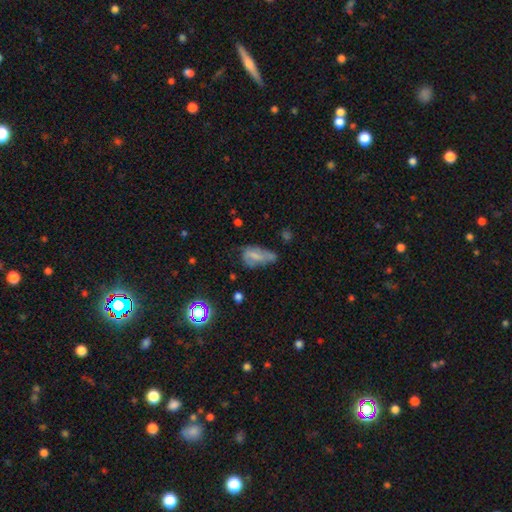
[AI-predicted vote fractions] This is possibly a smooth galaxy (50%). How rounded: clearly in between (85%). Merging: marginally minor disturbance (34%).